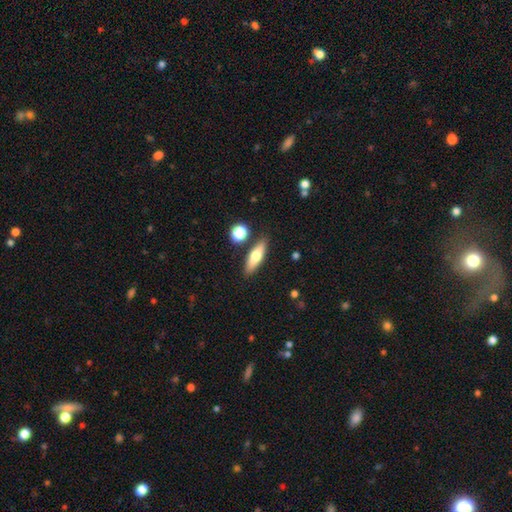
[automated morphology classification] Overall: smooth (65%; featured or disk 28%). How rounded: cigar-shaped (53%; in between 44%). Merging: none (84%).